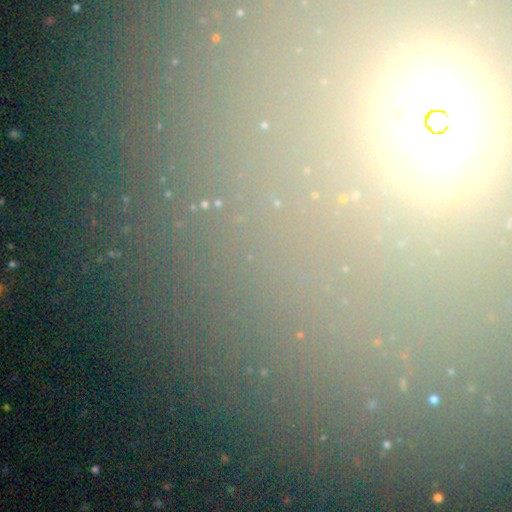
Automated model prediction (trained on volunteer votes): Smooth or featured? Predicted: star or artifact (p=0.69).